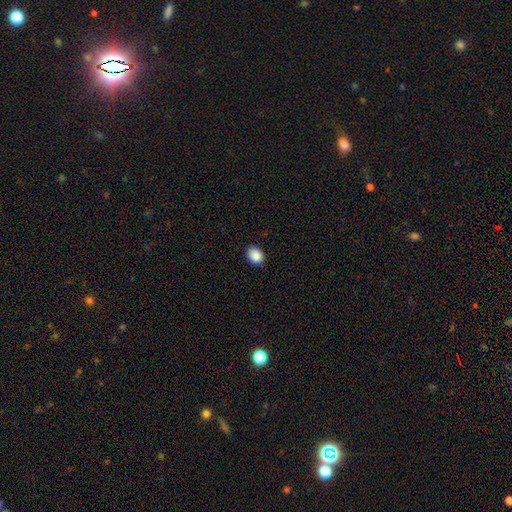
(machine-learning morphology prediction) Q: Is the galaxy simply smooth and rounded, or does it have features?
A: smooth — 89%.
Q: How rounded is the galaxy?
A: in between — 58%.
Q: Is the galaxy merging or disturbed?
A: none — 87%.